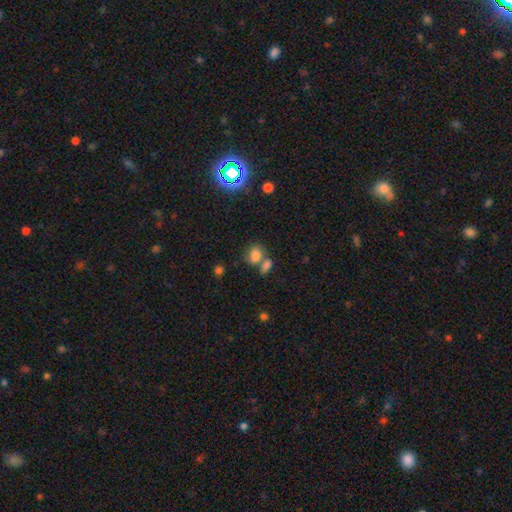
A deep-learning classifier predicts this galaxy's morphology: This appears to be a smooth galaxy with no disk features (78%) that is in between round and cigar-shaped (64%). Merging: merger (45%).